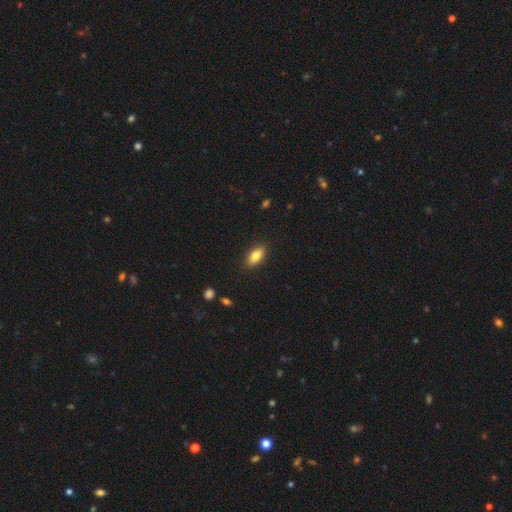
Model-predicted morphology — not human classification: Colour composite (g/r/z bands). It shows a smooth galaxy with no disk features (80%) that is in between round and cigar-shaped (85%). Merging: none (87%).